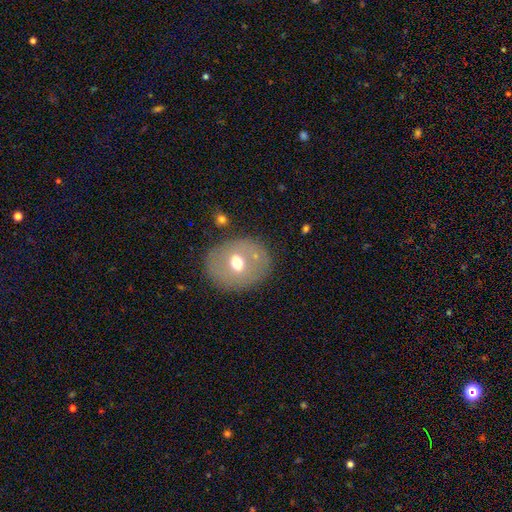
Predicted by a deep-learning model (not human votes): smooth_or_featured: smooth (p=0.51) [alt: featured or disk p=0.38]
how_rounded: round (p=0.58) [alt: in between p=0.41]
merging: none (p=0.81) [alt: minor disturbance p=0.12]